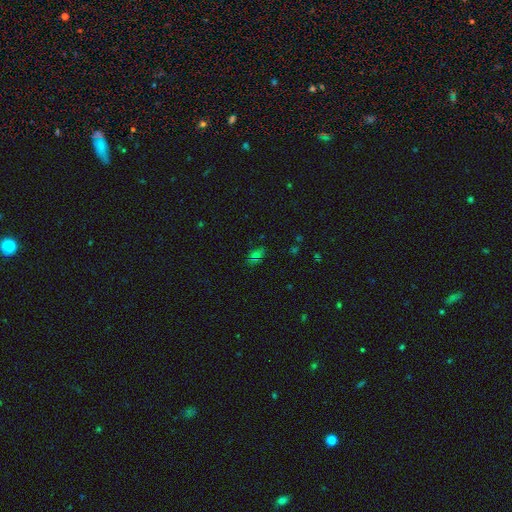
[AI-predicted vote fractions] Overall: smooth (57%; star or artifact 26%). How rounded: in between (78%). Merging: none (79%).